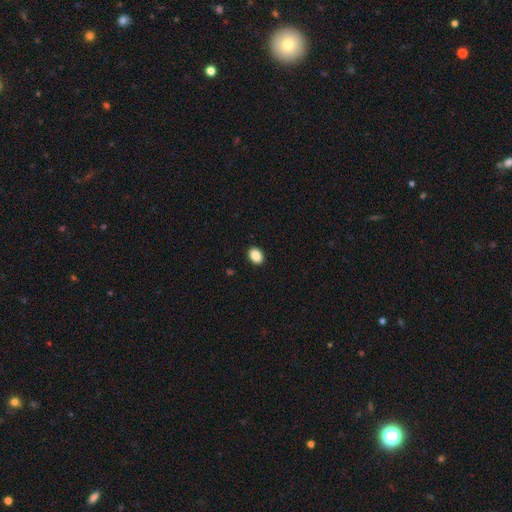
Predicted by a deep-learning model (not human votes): Morphology: type=smooth (89%); roundness=in between (70%); merging=none (91%).